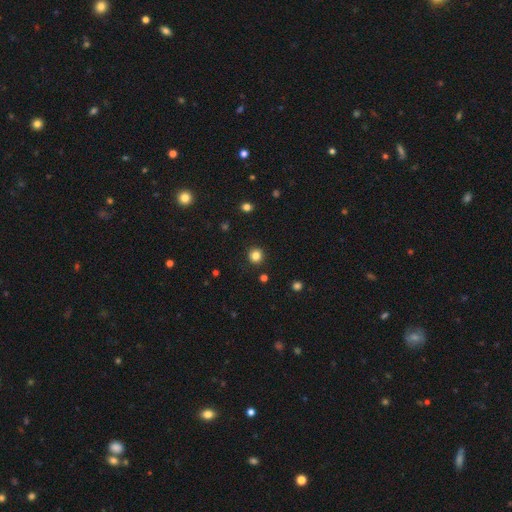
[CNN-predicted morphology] Q: Smooth or featured?
A: smooth (83%); runner-up: star or artifact (13%)
Q: How rounded?
A: round (93%); runner-up: in between (6%)
Q: Merging?
A: none (92%); runner-up: minor disturbance (5%)